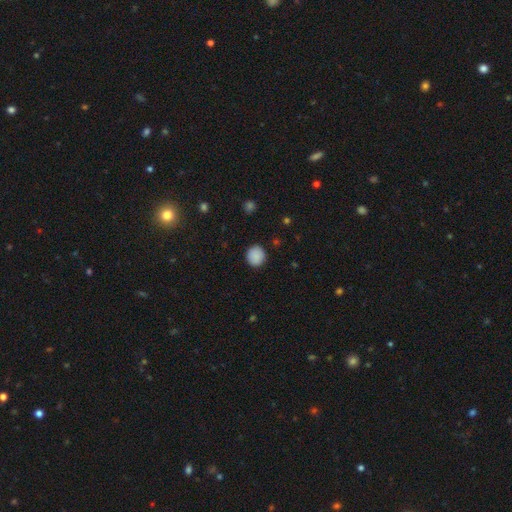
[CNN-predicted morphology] Smooth or featured?
  - smooth: 88% *
  - star or artifact: 9%
  - featured or disk: 3%
How rounded?
  - round: 89% *
  - in between: 10%
  - cigar-shaped: 1%
Merging?
  - none: 89% *
  - minor disturbance: 7%
  - major disturbance: 2%
  - merger: 1%